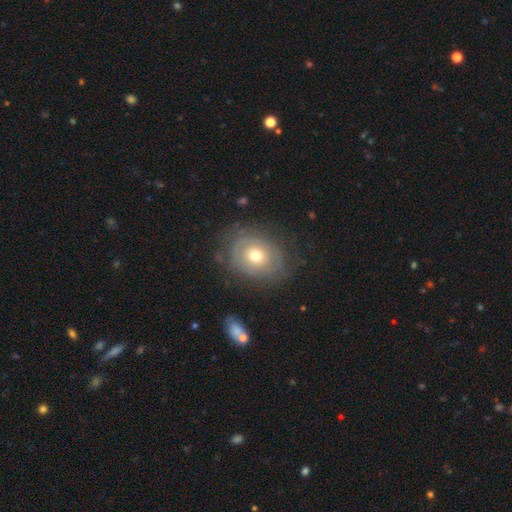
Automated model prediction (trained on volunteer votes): This is possibly a featured or disk galaxy (51%). It is clearly not viewed edge-on (95%). Merging: likely none (72%).